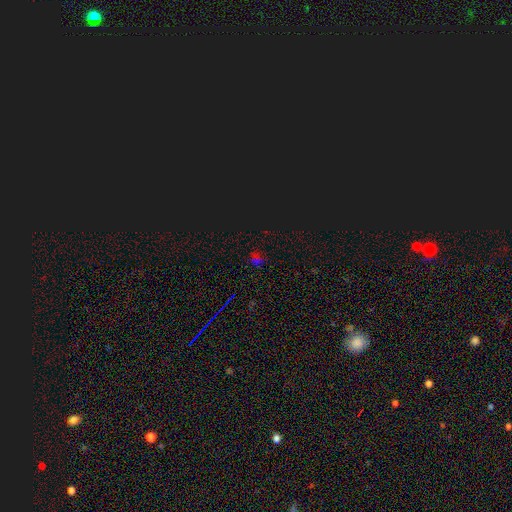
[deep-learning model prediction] This is likely a star or artifact rather than a galaxy (67%).